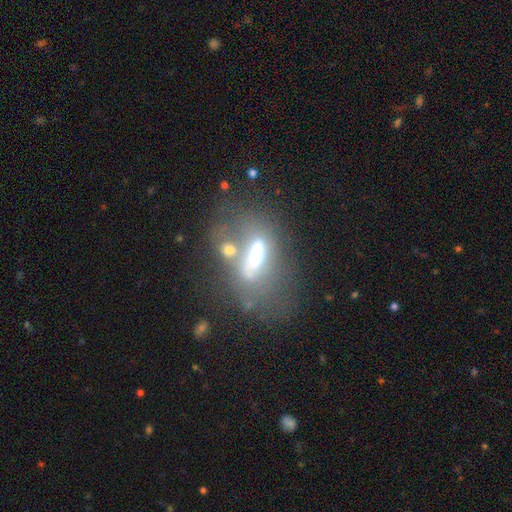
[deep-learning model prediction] Smooth or featured?
  - featured or disk: 55% *
  - smooth: 31%
  - star or artifact: 14%
Edge-on disk?
  - no: 74% *
  - yes: 26%
Merging?
  - none: 42% *
  - merger: 28%
  - major disturbance: 15%
  - minor disturbance: 15%